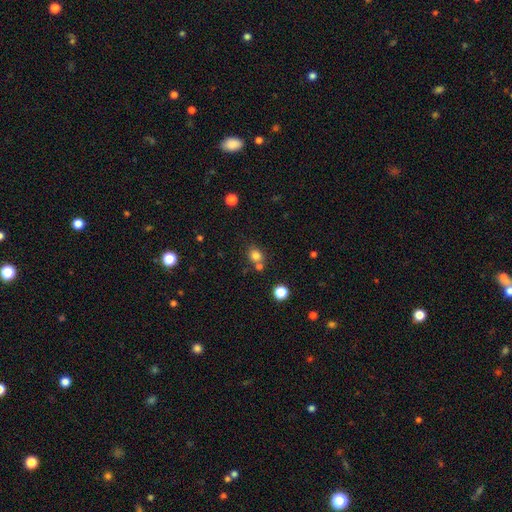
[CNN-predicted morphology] Smooth or featured? Predicted: smooth (p=0.80). How rounded? Predicted: round (p=0.67). Merging? Predicted: none (p=0.62).